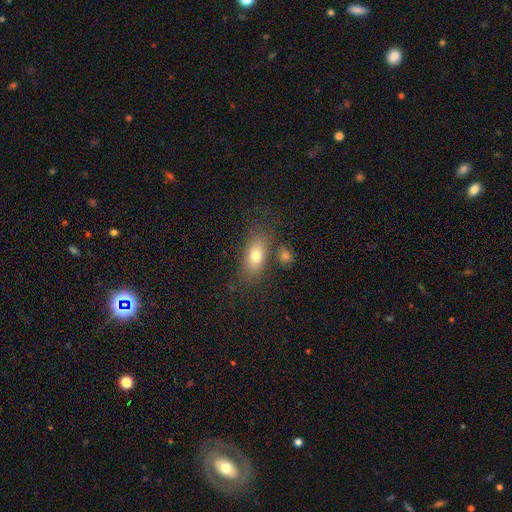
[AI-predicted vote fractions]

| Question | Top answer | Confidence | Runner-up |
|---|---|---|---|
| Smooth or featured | smooth | 74% | featured or disk (17%) |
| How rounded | in between | 82% | cigar-shaped (11%) |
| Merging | none | 69% | minor disturbance (15%) |